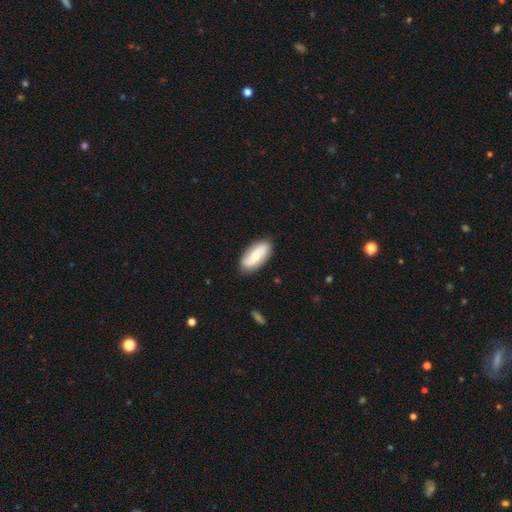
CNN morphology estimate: Smooth or featured?
  - featured or disk: 56% *
  - smooth: 38%
  - star or artifact: 6%
Edge-on disk?
  - no: 93% *
  - yes: 7%
Bar?
  - no: 54% *
  - weak: 35%
  - strong: 11%
Spiral arms?
  - yes: 89% *
  - no: 11%
Bulge size?
  - moderate: 51% *
  - small: 40%
  - large: 5%
  - none: 3%
  - dominant: 1%
Merging?
  - none: 85% *
  - minor disturbance: 12%
  - major disturbance: 2%
  - merger: 1%